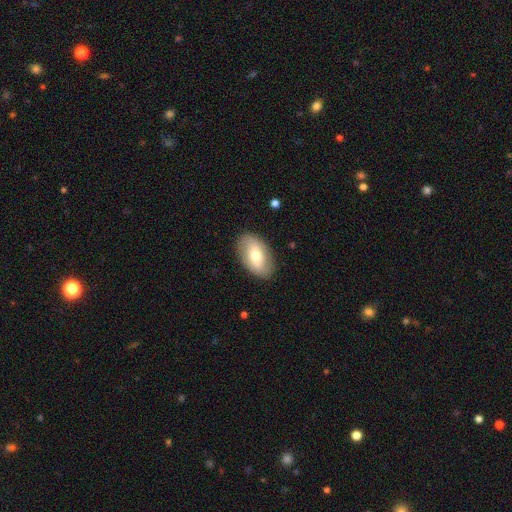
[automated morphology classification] This appears to be a smooth galaxy with no disk features (60%) that is in between round and cigar-shaped (92%). Merging: none (87%).